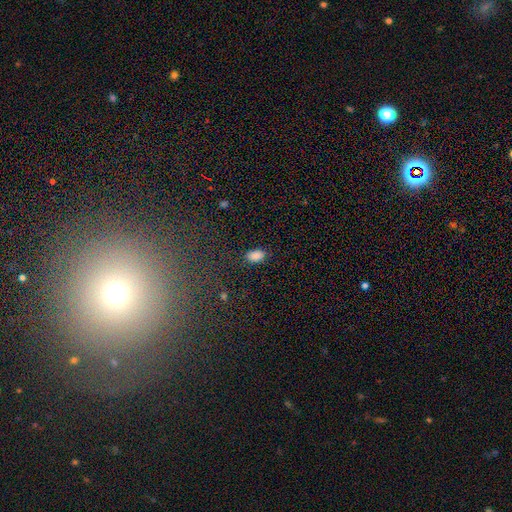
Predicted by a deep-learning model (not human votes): smooth_or_featured: smooth (p=0.86) [alt: star or artifact p=0.09]
how_rounded: in between (p=0.92) [alt: round p=0.06]
merging: none (p=0.83) [alt: minor disturbance p=0.13]